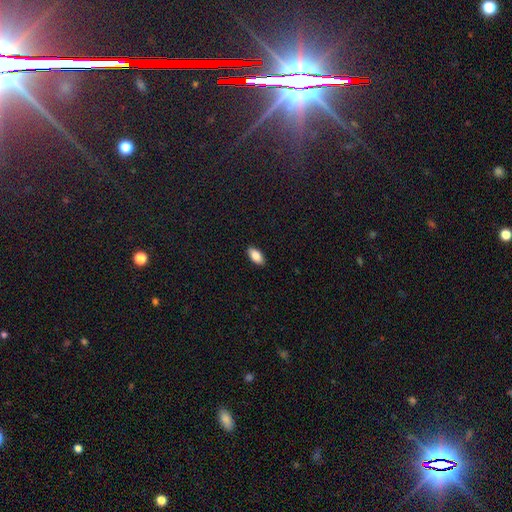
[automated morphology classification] Smooth or featured? Predicted: smooth (p=0.86). How rounded? Predicted: in between (p=0.92). Merging? Predicted: none (p=0.89).